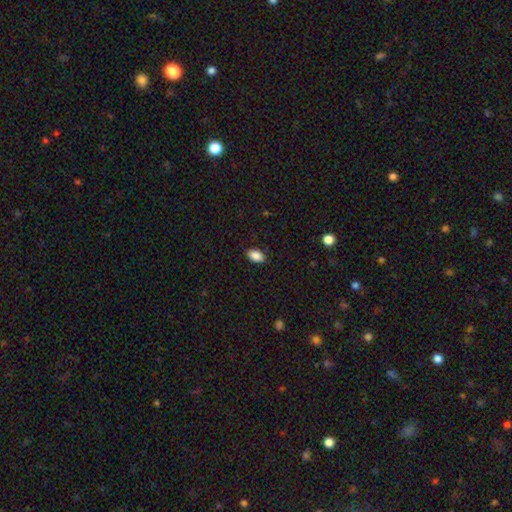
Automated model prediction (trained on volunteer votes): This appears to be a smooth galaxy with no disk features (88%) that is in between round and cigar-shaped (92%). Merging: none (86%).